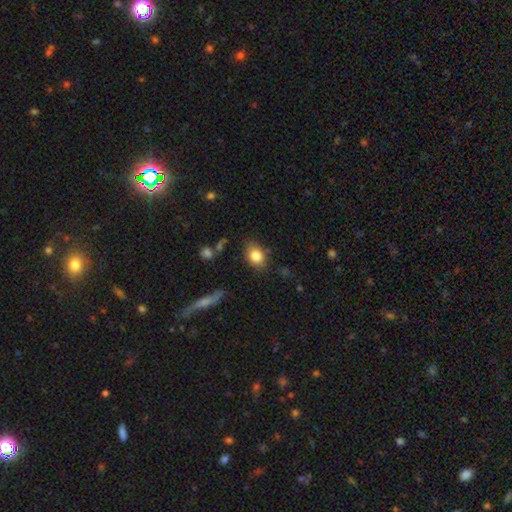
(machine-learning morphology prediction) A smooth galaxy with no disk features (82%) that is in between round and cigar-shaped (69%).

Vote fractions:
- Smooth or featured? smooth: 82% / featured or disk: 9% / star or artifact: 9%
- How rounded? in between: 69% / round: 29% / cigar-shaped: 2%
- Merging? none: 79% / minor disturbance: 15% / major disturbance: 4% / merger: 2%